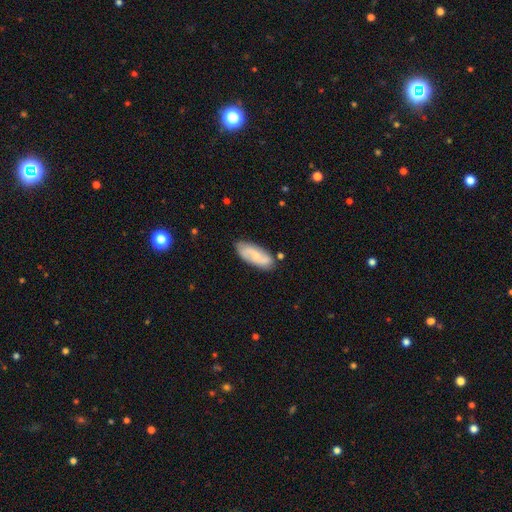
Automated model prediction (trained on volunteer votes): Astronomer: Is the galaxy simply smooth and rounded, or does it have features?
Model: featured or disk — 50% (runner-up: smooth, 44%).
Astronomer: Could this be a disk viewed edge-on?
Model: no — 91%.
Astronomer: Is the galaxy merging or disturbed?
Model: none — 78%.